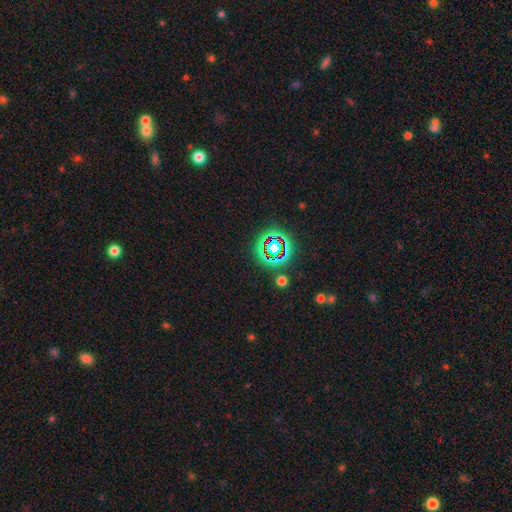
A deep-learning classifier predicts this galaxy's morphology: Smooth or featured?
  - star or artifact: 69% *
  - smooth: 17%
  - featured or disk: 14%